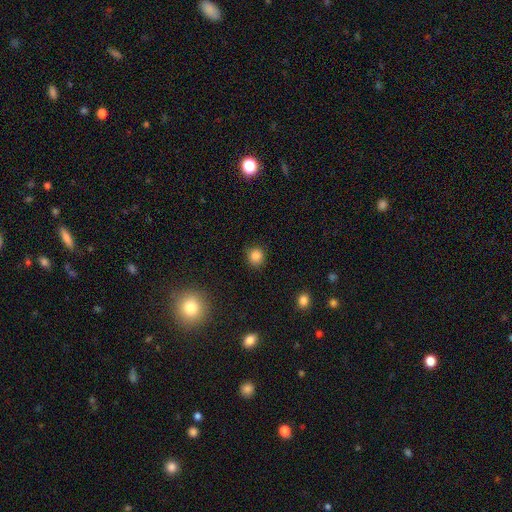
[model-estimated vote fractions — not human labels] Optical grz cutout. It shows a smooth galaxy with no disk features (84%) that is round (89%). Merging: none (87%).